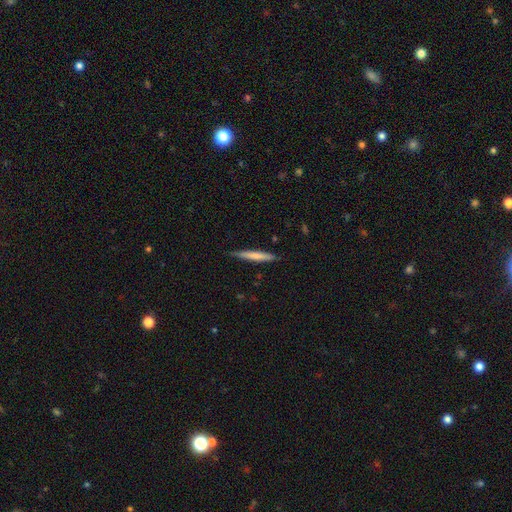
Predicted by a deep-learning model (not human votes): smooth 65%, featured or disk 30%, star or artifact 5%. Down the decision tree: how rounded — cigar-shaped (95%); merging — none (84%).